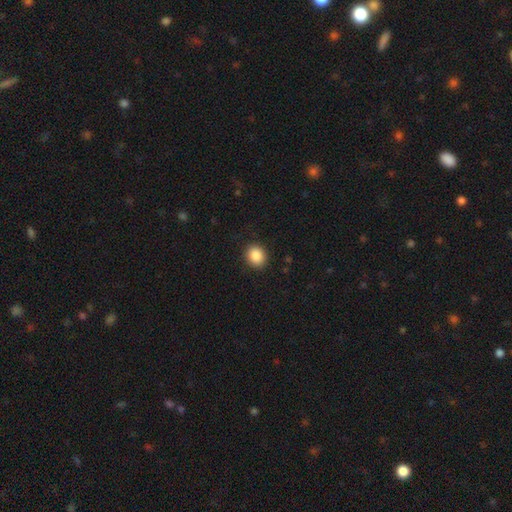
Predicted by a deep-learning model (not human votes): Smooth or featured? Predicted: smooth (p=0.88). How rounded? Predicted: round (p=0.72). Merging? Predicted: none (p=0.90).